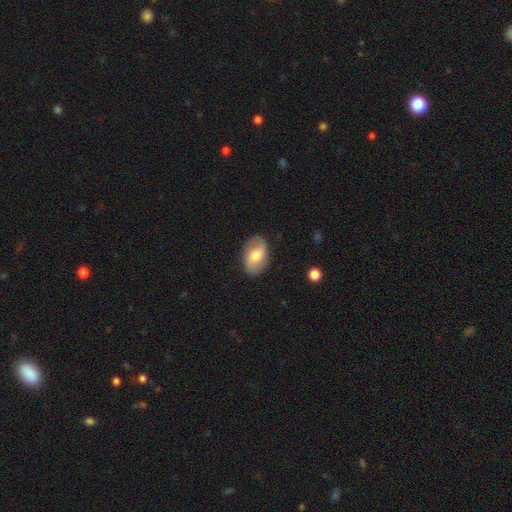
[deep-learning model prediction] Smooth or featured? Predicted: smooth (p=0.52). How rounded? Predicted: in between (p=0.88). Merging? Predicted: none (p=0.85).